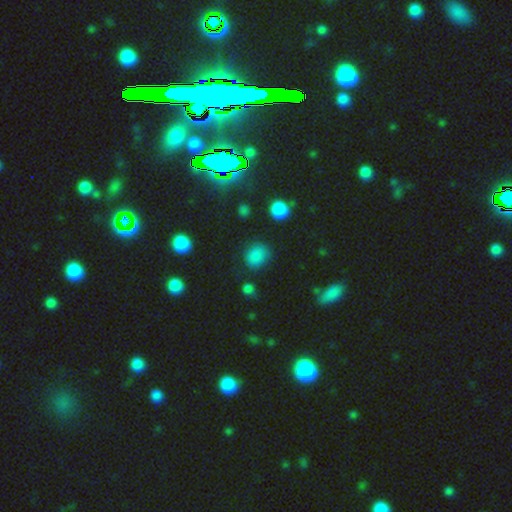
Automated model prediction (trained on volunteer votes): Overall: smooth (77%). How rounded: round (58%; in between 41%). Merging: none (76%).